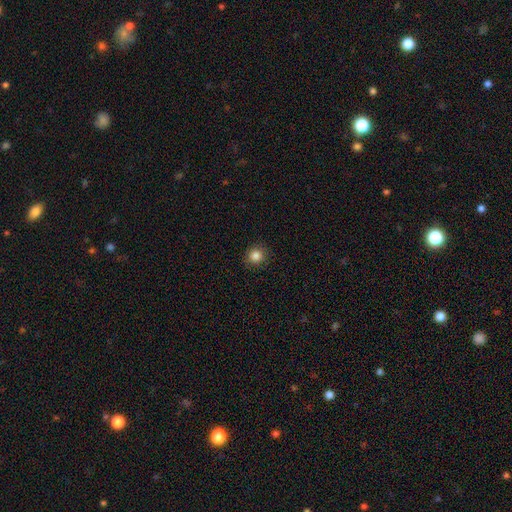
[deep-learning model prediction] Smooth or featured: smooth — 85% (star or artifact — 11%)
How rounded: round — 90% (in between — 9%)
Merging: none — 88% (minor disturbance — 9%)